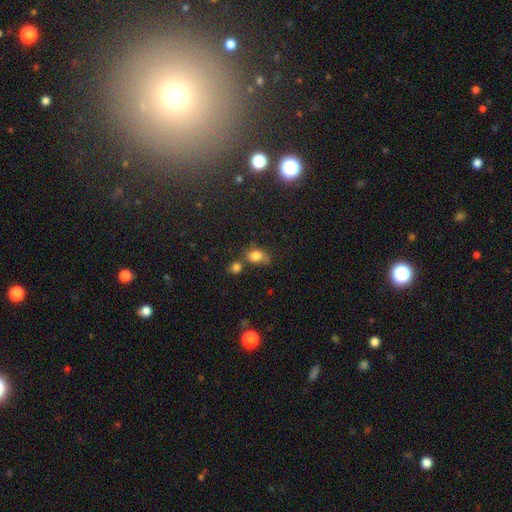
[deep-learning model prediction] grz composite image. It shows a smooth galaxy with no disk features (76%) that is in between round and cigar-shaped (50%). Merging: none (43%).